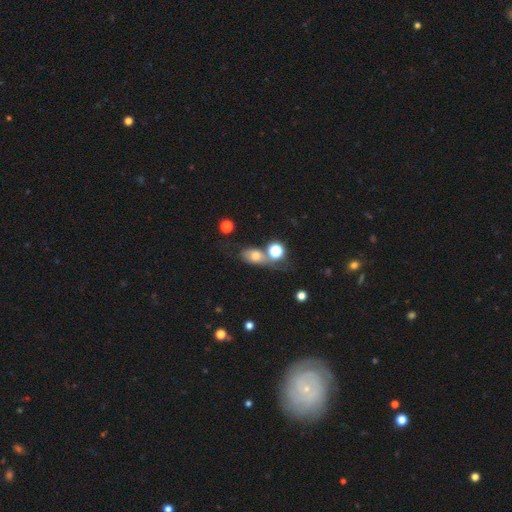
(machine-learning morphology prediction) This appears to be a smooth galaxy with no disk features (67%) that is in between round and cigar-shaped (71%). Merging: none (46%).